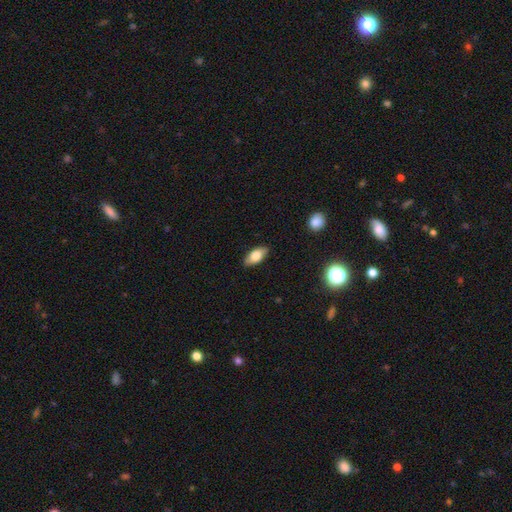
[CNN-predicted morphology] This appears to be a smooth galaxy with no disk features (78%) that is in between round and cigar-shaped (89%). Merging: none (87%).